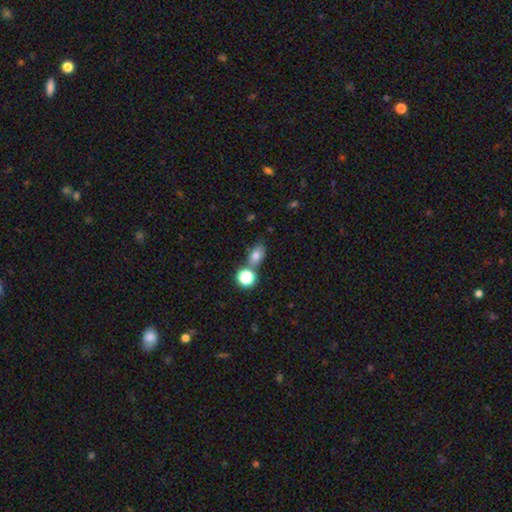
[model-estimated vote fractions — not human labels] smooth-or-featured: smooth: 73% | star or artifact: 16% | featured or disk: 11%
  how-rounded: in between: 76% | round: 21% | cigar-shaped: 3%
  merging: none: 63% | merger: 20% | minor disturbance: 13% | major disturbance: 4%